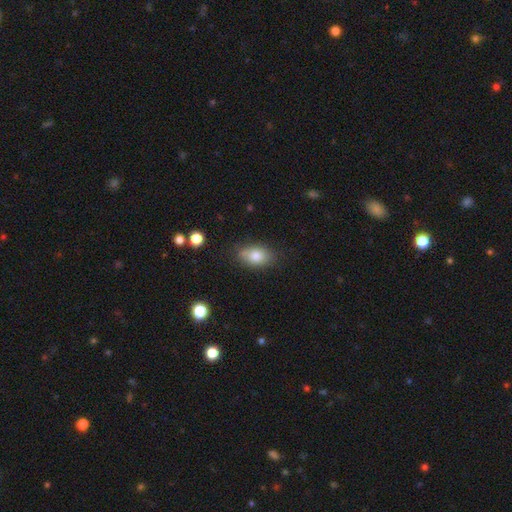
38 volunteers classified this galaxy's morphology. type=smooth (92%); roundness=in between (83%); merging=none (82%).